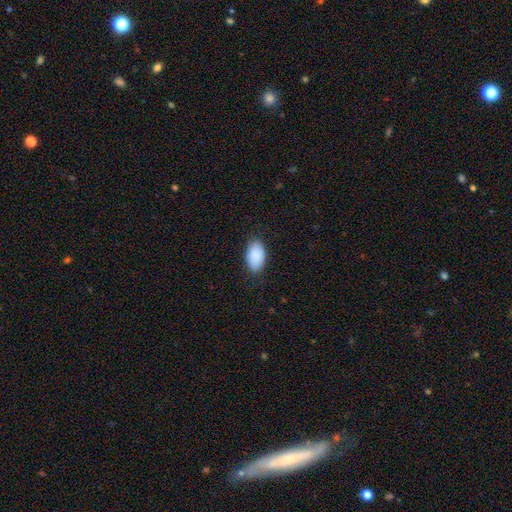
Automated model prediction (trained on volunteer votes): Smooth or featured: smooth — 91% (star or artifact — 6%)
How rounded: in between — 95% (round — 4%)
Merging: none — 84% (minor disturbance — 12%)